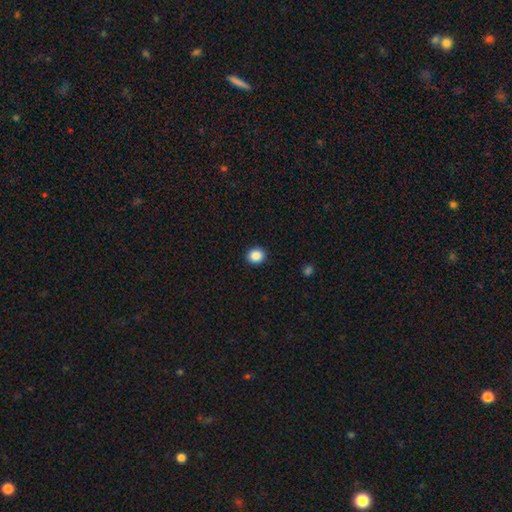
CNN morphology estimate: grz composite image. It shows a smooth galaxy with no disk features (87%) that is round (80%). Merging: none (92%).